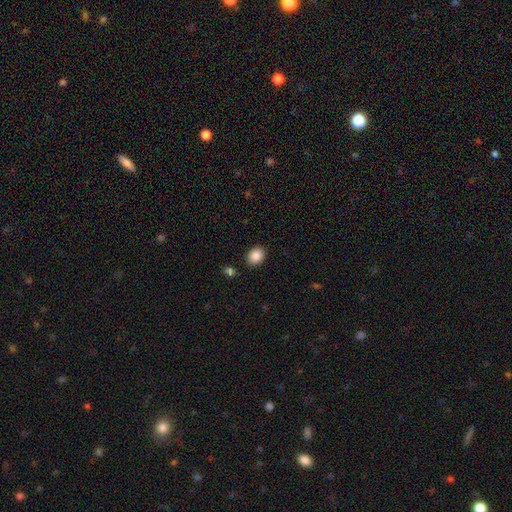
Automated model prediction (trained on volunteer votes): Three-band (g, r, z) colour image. It shows a smooth galaxy with no disk features (88%) that is in between round and cigar-shaped (56%). Merging: none (87%).